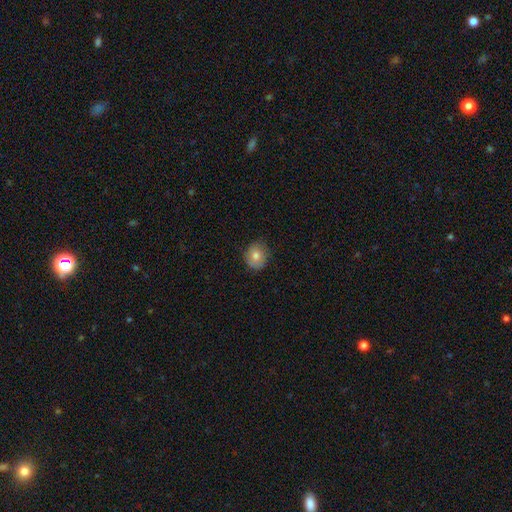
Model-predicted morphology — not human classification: smooth 78%, featured or disk 13%, star or artifact 9%. Down the decision tree: how rounded — round (73%); merging — none (80%).